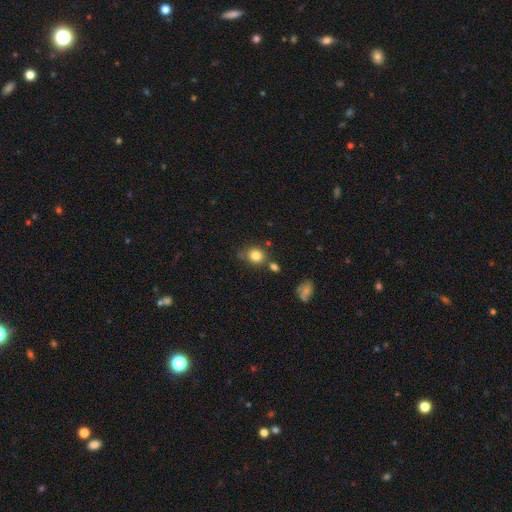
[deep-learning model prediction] Overall: smooth (81%). How rounded: round (75%). Merging: none (69%).